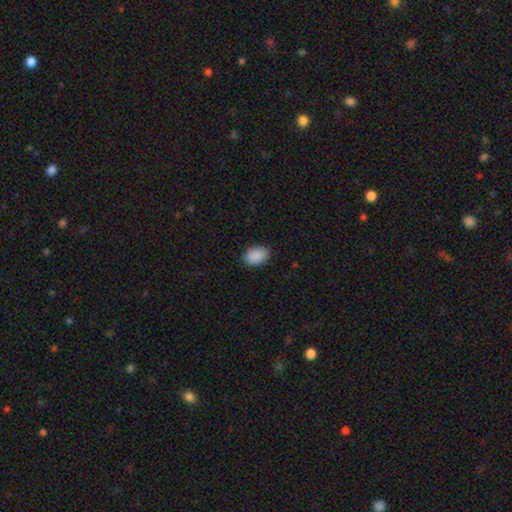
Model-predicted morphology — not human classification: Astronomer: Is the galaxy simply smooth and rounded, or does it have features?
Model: smooth — 90%.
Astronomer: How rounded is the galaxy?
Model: in between — 84%.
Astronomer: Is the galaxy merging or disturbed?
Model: none — 85%.